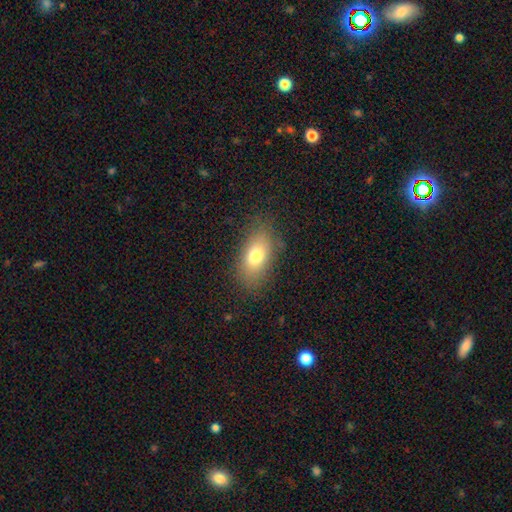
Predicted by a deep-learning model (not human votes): smooth-or-featured: smooth: 75% | featured or disk: 15% | star or artifact: 10%
  how-rounded: in between: 86% | round: 10% | cigar-shaped: 4%
  merging: none: 80% | minor disturbance: 13% | major disturbance: 5% | merger: 1%